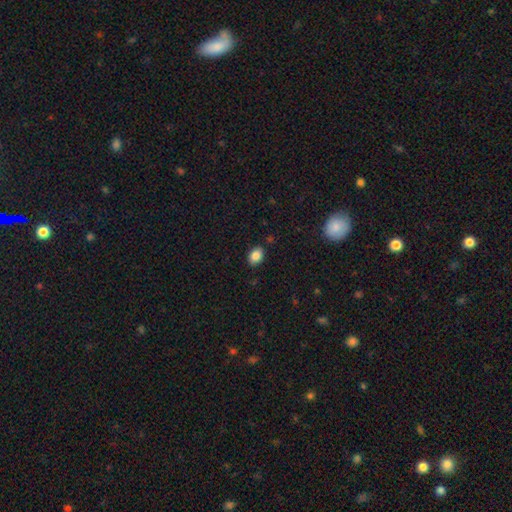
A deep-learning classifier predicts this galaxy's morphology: This appears to be a smooth galaxy with no disk features (86%) that is in between round and cigar-shaped (78%). Merging: none (86%).